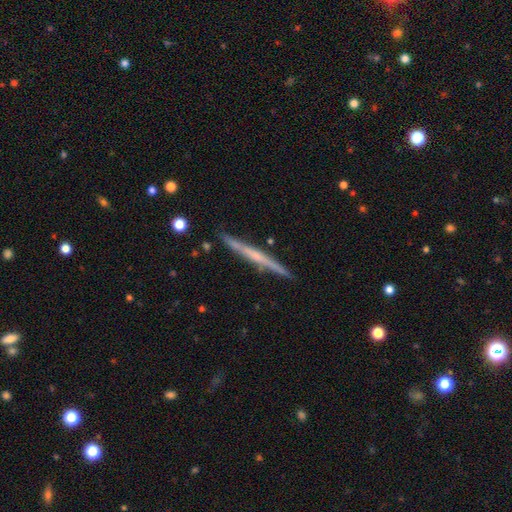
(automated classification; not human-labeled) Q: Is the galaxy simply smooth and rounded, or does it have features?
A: featured or disk — 66%.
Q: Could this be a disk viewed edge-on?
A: yes — 97%.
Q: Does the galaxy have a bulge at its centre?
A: none — 59%.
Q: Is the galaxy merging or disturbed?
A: none — 89%.